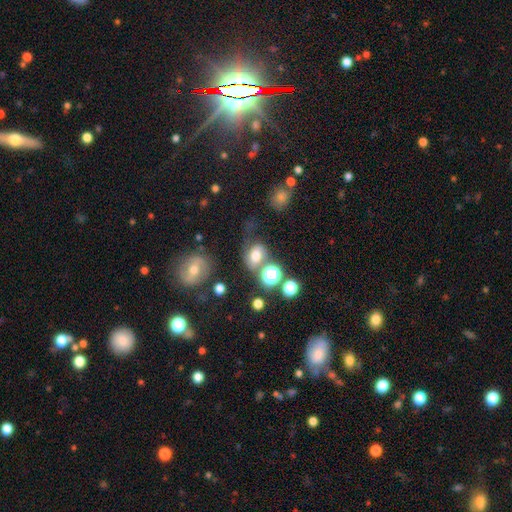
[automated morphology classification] smooth 61%, featured or disk 23%, star or artifact 16%. Down the decision tree: how rounded — in between (57%); merging — none (41%).